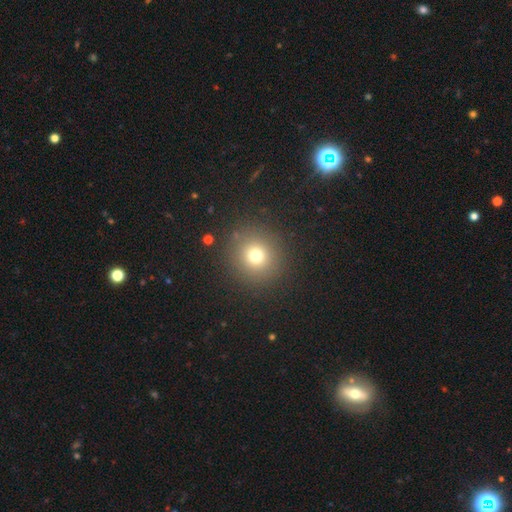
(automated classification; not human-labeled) A smooth galaxy with no disk features (73%) that is round (93%). Merging: none (89%).